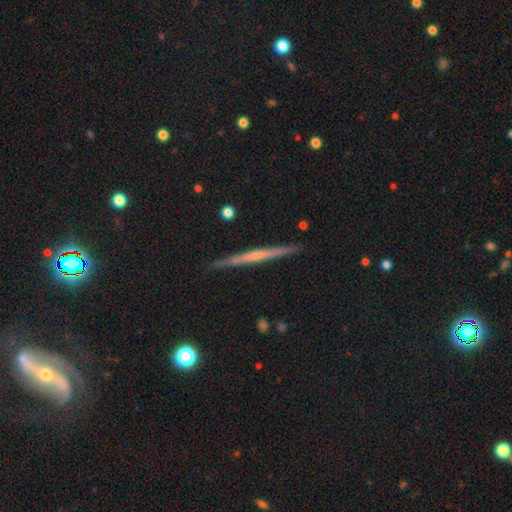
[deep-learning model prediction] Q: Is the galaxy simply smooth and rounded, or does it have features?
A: featured or disk — 64%.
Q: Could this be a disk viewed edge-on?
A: yes — 98%.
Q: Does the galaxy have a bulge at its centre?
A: none — 69%.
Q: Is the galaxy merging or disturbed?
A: none — 91%.